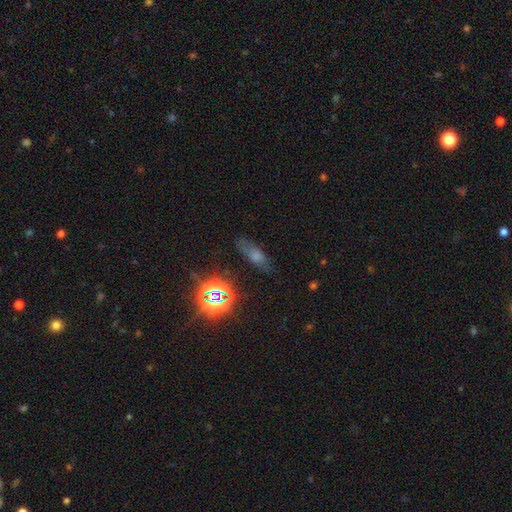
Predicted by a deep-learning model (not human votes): The model was most divided on "smooth or featured" (2-way tie): smooth: 37%, star or artifact: 37%, featured or disk: 26%. More confident: merging — none (75%).